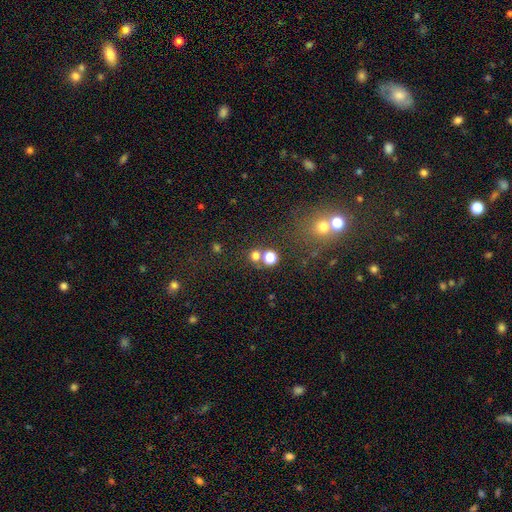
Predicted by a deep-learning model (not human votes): Smooth or featured? Predicted: smooth (p=0.72). How rounded? Predicted: round (p=0.88). Merging? Predicted: none (p=0.65).